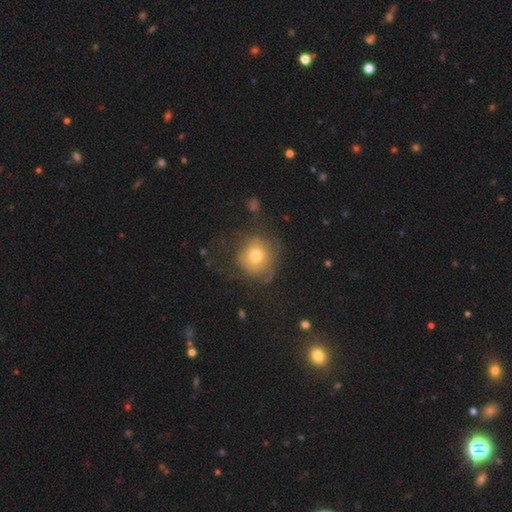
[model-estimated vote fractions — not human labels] This is likely a smooth galaxy (68%). How rounded: clearly round (85%). Merging: possibly none (57%).